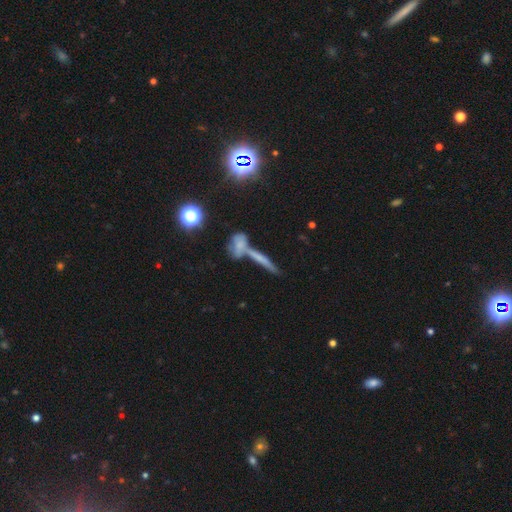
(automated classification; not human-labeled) smooth 37%, featured or disk 33%, star or artifact 30%. Down the decision tree: merging — merger (45%).